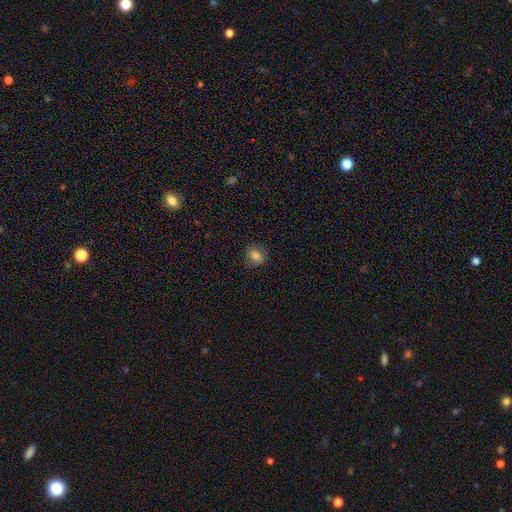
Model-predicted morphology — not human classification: Smooth or featured: smooth — 81% (star or artifact — 12%)
How rounded: round — 64% (in between — 35%)
Merging: none — 84% (minor disturbance — 12%)